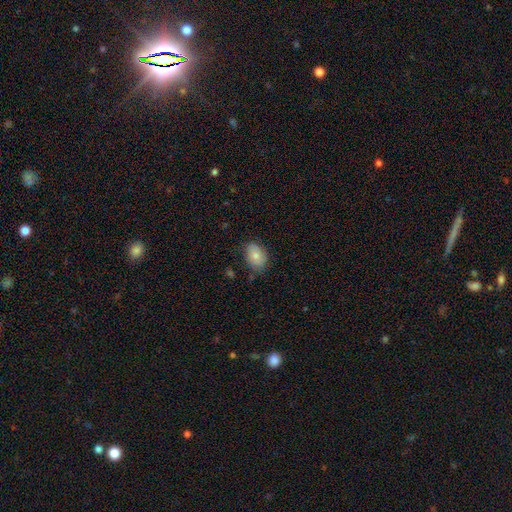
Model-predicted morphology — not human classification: Smooth or featured?
  - smooth: 75% *
  - featured or disk: 18%
  - star or artifact: 7%
How rounded?
  - in between: 78% *
  - round: 21%
  - cigar-shaped: 1%
Merging?
  - none: 72% *
  - minor disturbance: 22%
  - major disturbance: 4%
  - merger: 2%